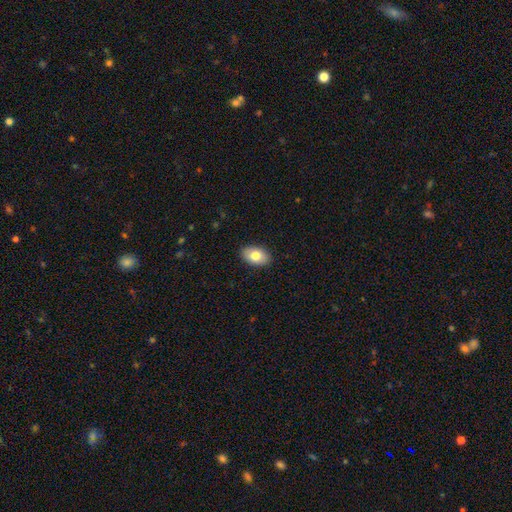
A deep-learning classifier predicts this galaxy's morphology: This is likely a smooth galaxy (80%). How rounded: clearly in between (90%). Merging: clearly none (89%).